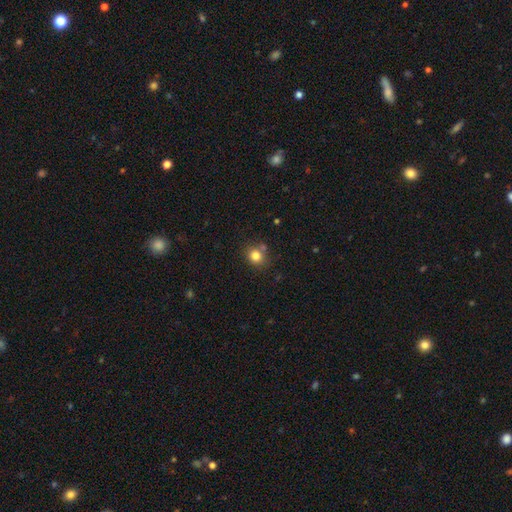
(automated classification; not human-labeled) A smooth galaxy with no disk features (81%) that is round (79%). Merging: none (72%).